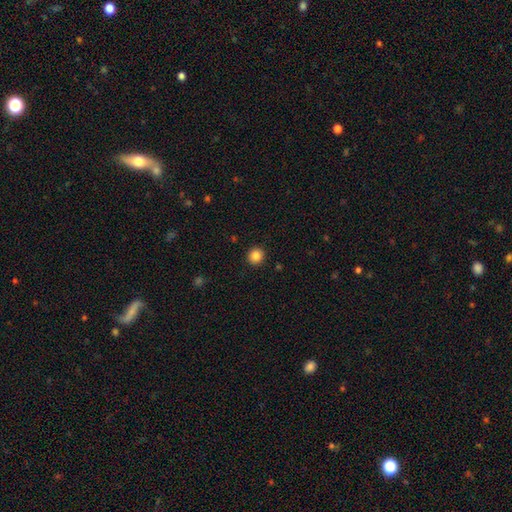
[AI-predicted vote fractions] Q: Smooth or featured?
A: smooth (86%); runner-up: star or artifact (11%)
Q: How rounded?
A: round (94%); runner-up: in between (5%)
Q: Merging?
A: none (93%); runner-up: minor disturbance (4%)